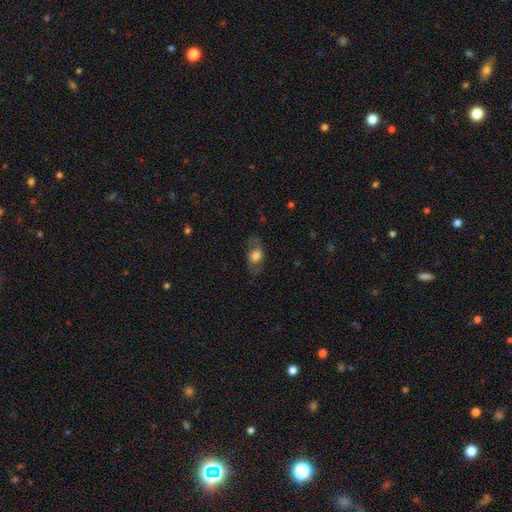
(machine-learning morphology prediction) Smooth or featured?
  - smooth: 54% *
  - featured or disk: 37%
  - star or artifact: 8%
How rounded?
  - in between: 73% *
  - round: 21%
  - cigar-shaped: 6%
Merging?
  - none: 73% *
  - minor disturbance: 17%
  - major disturbance: 10%
  - merger: 1%